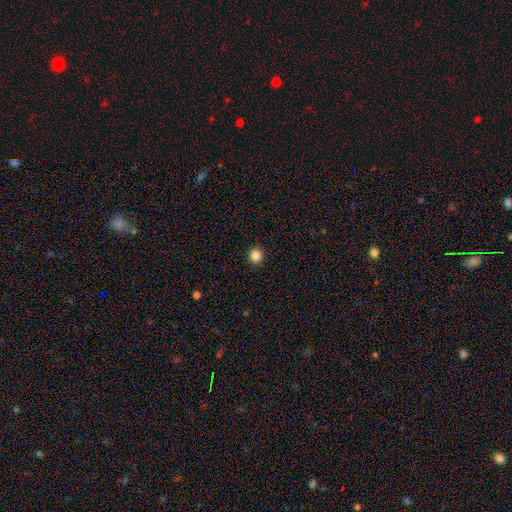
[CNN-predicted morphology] Smooth or featured: smooth — 85% (star or artifact — 12%)
How rounded: round — 91% (in between — 8%)
Merging: none — 93% (minor disturbance — 5%)